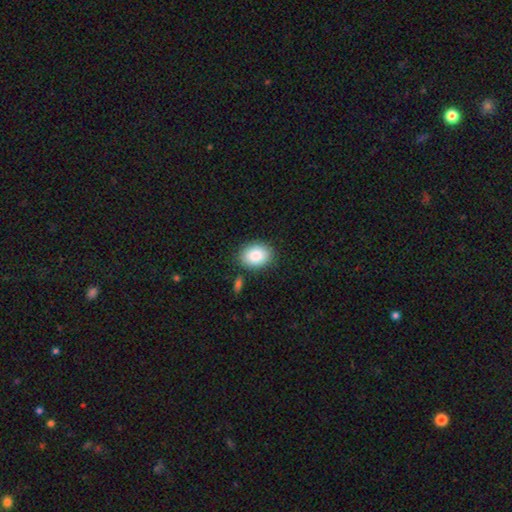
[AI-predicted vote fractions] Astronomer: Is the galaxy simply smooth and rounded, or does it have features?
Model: smooth — 87%.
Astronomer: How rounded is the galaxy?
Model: in between — 68%.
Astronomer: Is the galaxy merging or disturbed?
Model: none — 83%.